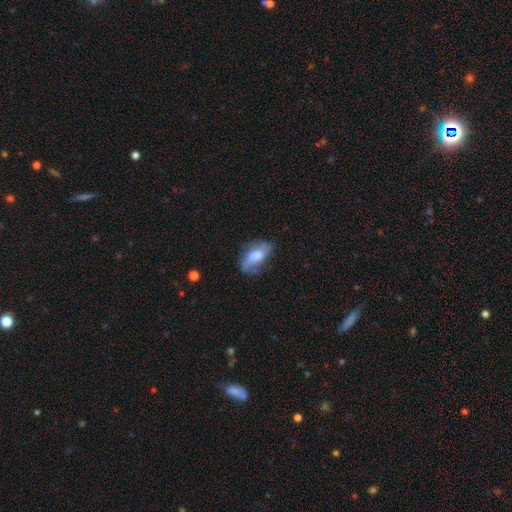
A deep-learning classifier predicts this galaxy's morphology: Overall: featured or disk (47%; smooth 44%). Merging: none (48%; minor disturbance 28%).